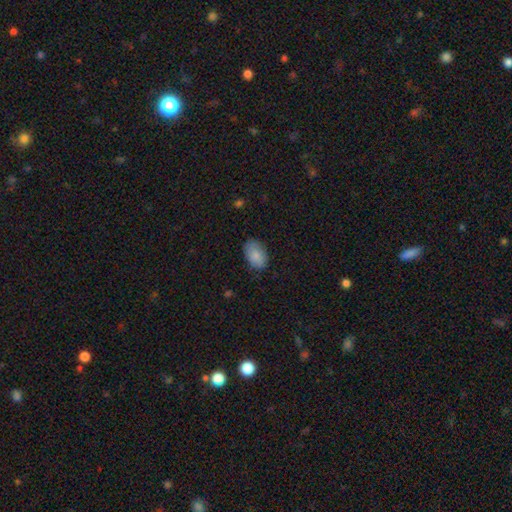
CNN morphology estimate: smooth-or-featured: smooth: 86% | featured or disk: 8% | star or artifact: 7%
  how-rounded: in between: 90% | round: 9% | cigar-shaped: 1%
  merging: none: 81% | minor disturbance: 15% | major disturbance: 3% | merger: 1%